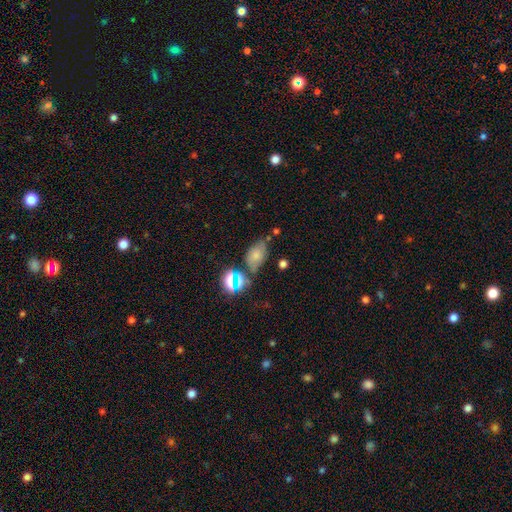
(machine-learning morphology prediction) Smooth or featured? smooth (66%)
How rounded? in between (85%)
Merging? none (58%)